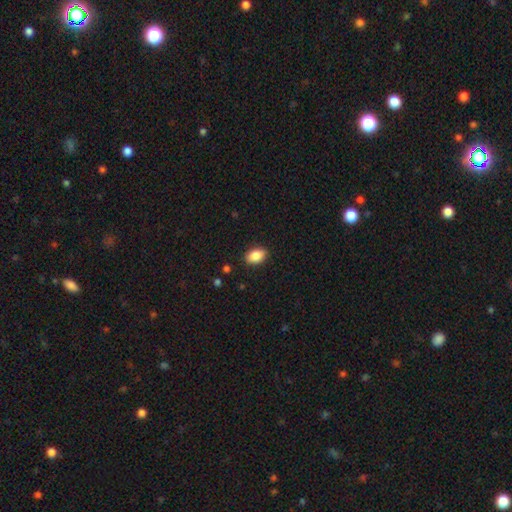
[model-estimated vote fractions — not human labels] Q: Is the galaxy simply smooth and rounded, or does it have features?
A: smooth — 88%.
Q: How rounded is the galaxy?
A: in between — 86%.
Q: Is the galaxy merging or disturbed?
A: none — 88%.